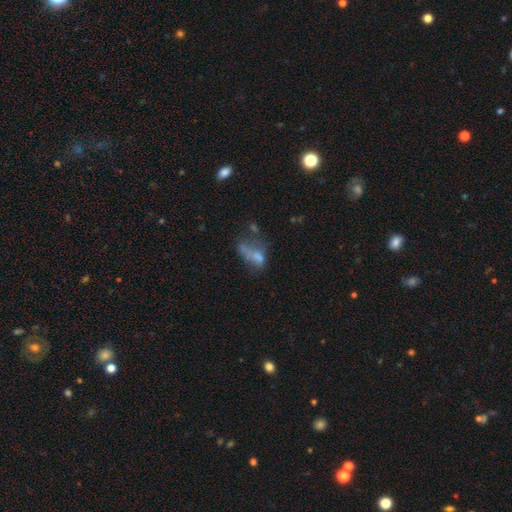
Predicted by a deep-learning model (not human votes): Q: Smooth or featured?
A: smooth (52%); runner-up: featured or disk (33%)
Q: How rounded?
A: in between (83%); runner-up: round (11%)
Q: Merging?
A: major disturbance (38%); runner-up: merger (24%)